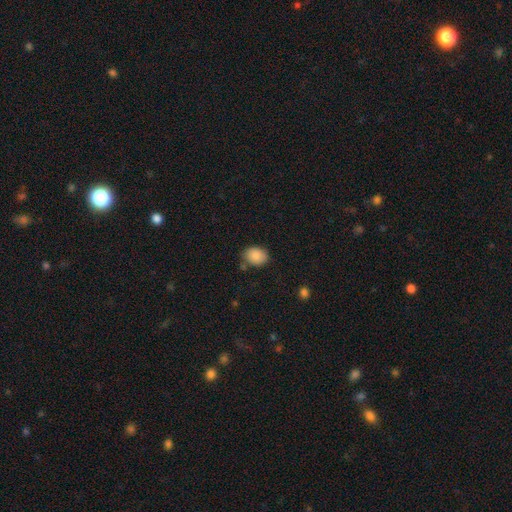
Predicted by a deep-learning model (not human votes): smooth_or_featured: smooth (p=0.86) [alt: star or artifact p=0.08]
how_rounded: in between (p=0.58) [alt: round p=0.41]
merging: none (p=0.77) [alt: minor disturbance p=0.15]